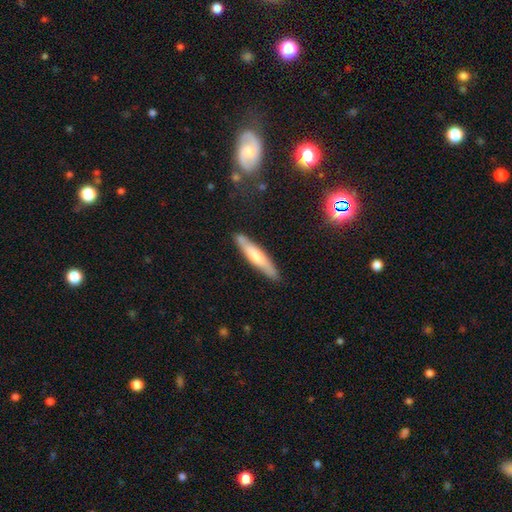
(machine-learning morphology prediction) Smooth or featured: smooth — 55% (featured or disk — 40%)
How rounded: cigar-shaped — 89% (in between — 10%)
Merging: none — 86% (minor disturbance — 11%)